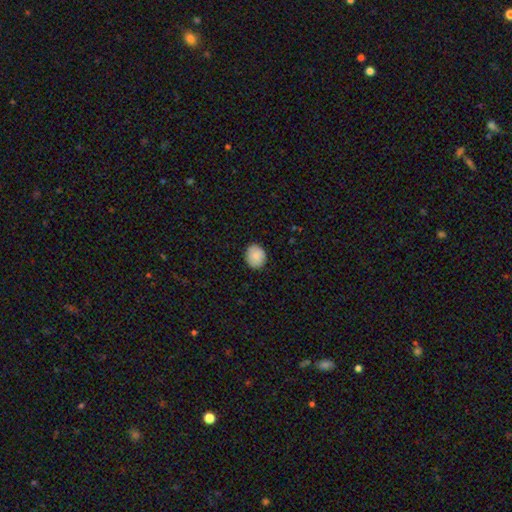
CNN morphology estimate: Overall: smooth (86%). How rounded: round (65%; in between 34%). Merging: none (87%).